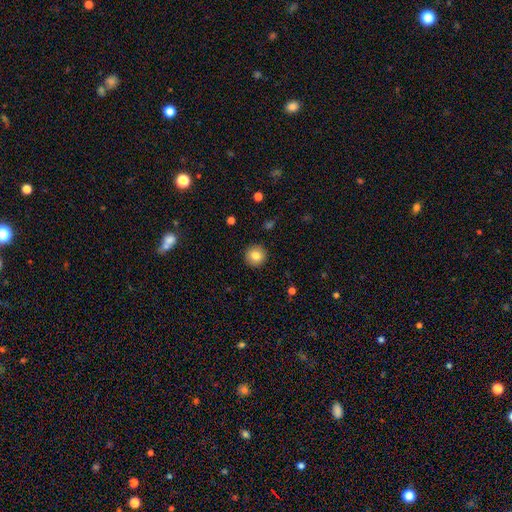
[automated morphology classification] Smooth or featured? smooth (83%)
How rounded? round (95%)
Merging? none (92%)